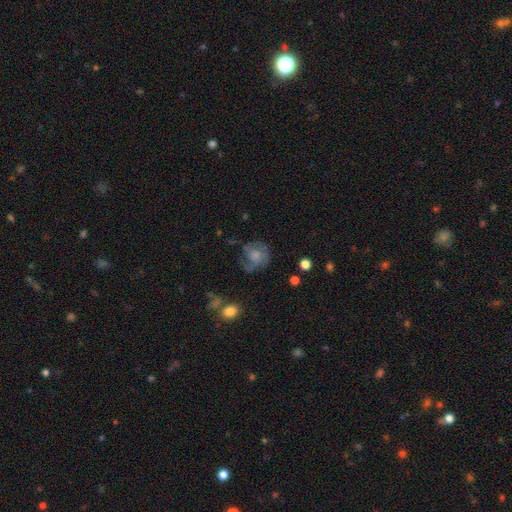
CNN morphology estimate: Smooth or featured? Predicted: featured or disk (p=0.45, tied with smooth). Merging? Predicted: none (p=0.49).